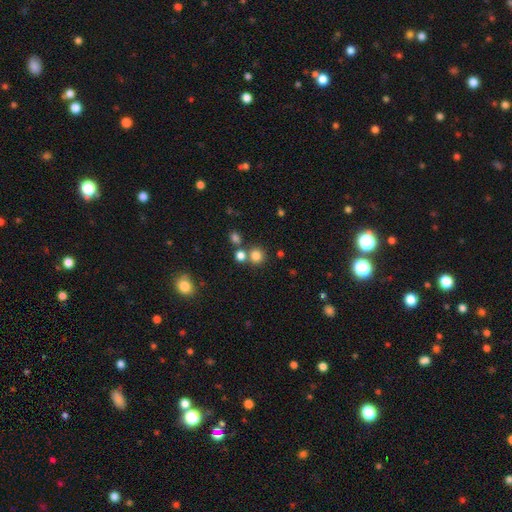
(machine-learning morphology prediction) Smooth or featured: smooth — 79% (star or artifact — 15%)
How rounded: round — 89% (in between — 10%)
Merging: none — 67% (merger — 22%)